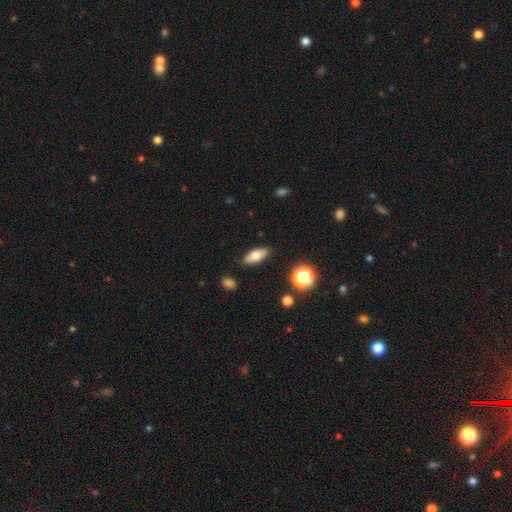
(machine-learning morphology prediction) This is likely a smooth galaxy (69%). How rounded: likely in between (77%). Merging: clearly none (85%).